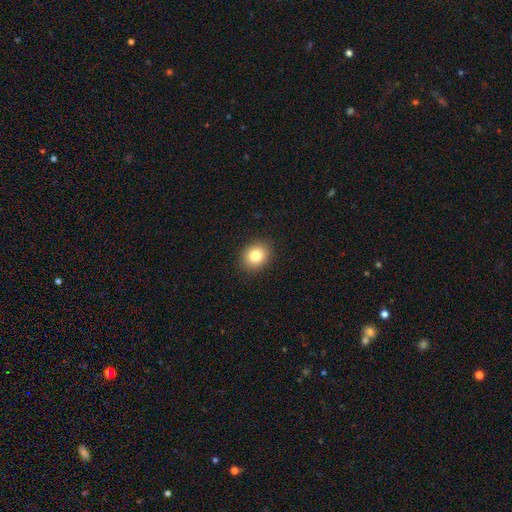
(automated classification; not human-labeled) Morphology: type=smooth (81%); roundness=round (61%); merging=none (90%).